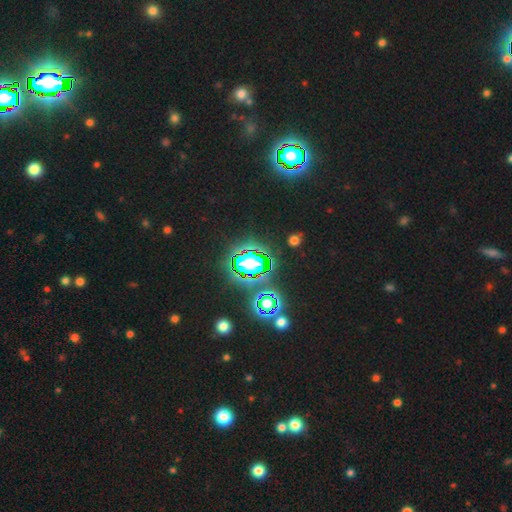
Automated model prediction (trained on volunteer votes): Smooth or featured?
  - star or artifact: 80% *
  - smooth: 12%
  - featured or disk: 8%